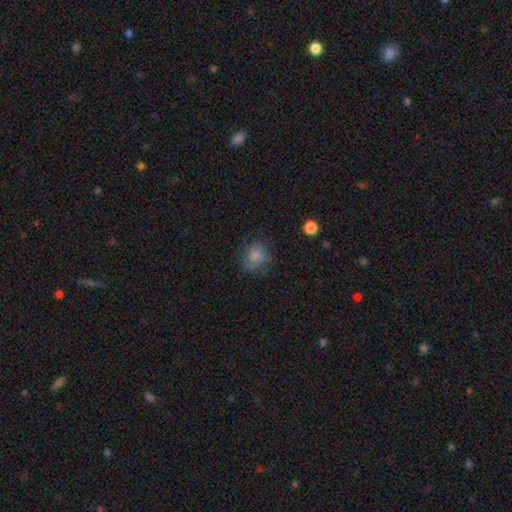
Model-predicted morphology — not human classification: smooth 67%, featured or disk 23%, star or artifact 10%. Down the decision tree: how rounded — round (67%); merging — none (65%).